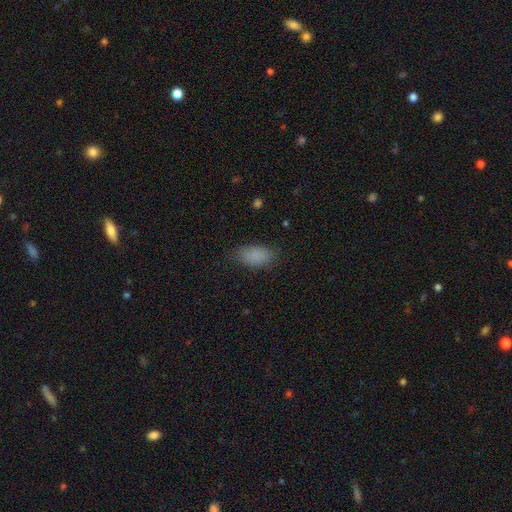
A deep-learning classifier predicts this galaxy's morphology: Smooth or featured? smooth (86%)
How rounded? in between (91%)
Merging? none (78%)